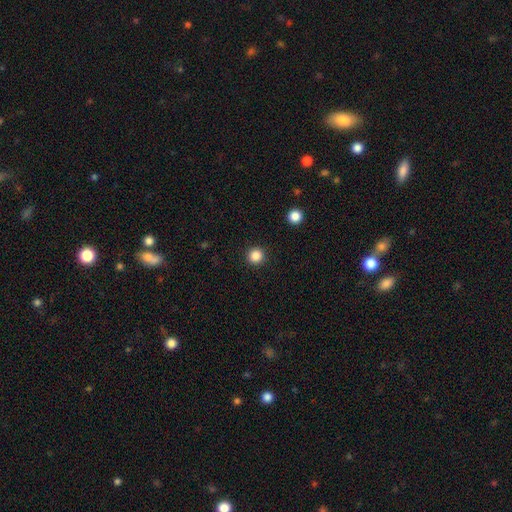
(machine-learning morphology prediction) This appears to be a smooth galaxy with no disk features (85%) that is round (95%). Merging: none (93%).